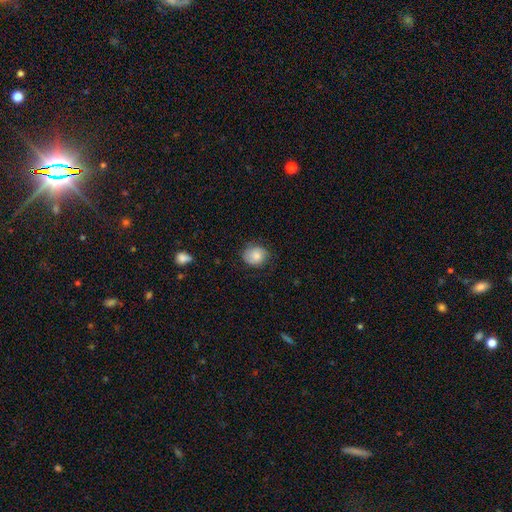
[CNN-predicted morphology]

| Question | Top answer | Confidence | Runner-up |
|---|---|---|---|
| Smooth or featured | smooth | 74% | featured or disk (18%) |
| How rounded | round | 70% | in between (29%) |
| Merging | none | 74% | minor disturbance (20%) |